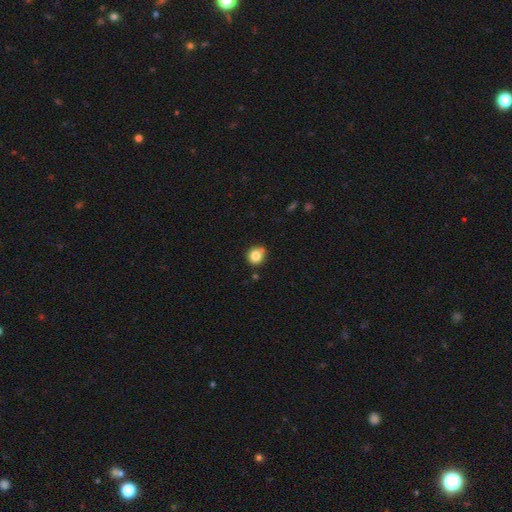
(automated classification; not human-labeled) smooth 84%, star or artifact 10%, featured or disk 6%. Down the decision tree: how rounded — round (84%); merging — none (73%).